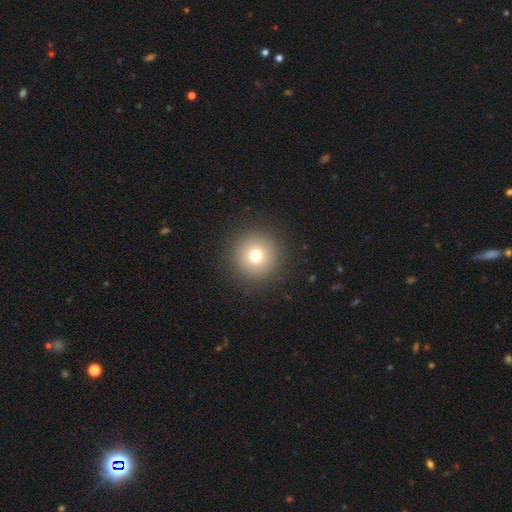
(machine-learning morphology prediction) A smooth galaxy with no disk features (73%) that is round (97%).

Vote fractions:
- Smooth or featured? smooth: 73% / star or artifact: 15% / featured or disk: 11%
- How rounded? round: 97% / in between: 2% / cigar-shaped: 1%
- Merging? none: 92% / minor disturbance: 5% / major disturbance: 2% / merger: 1%